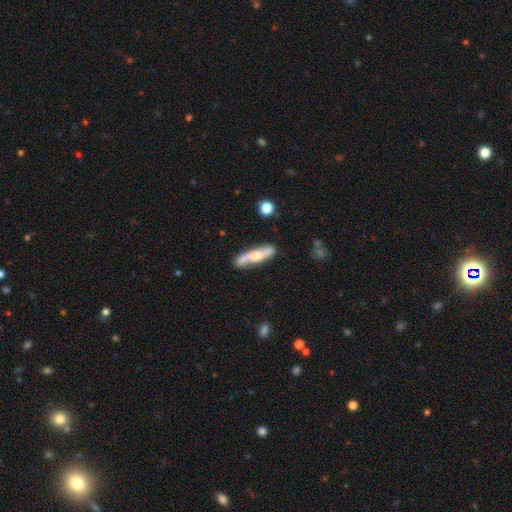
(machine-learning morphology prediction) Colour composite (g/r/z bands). It shows a featured or disk galaxy (53%) viewed edge-on (50%, tied with no). Merging: none (75%).